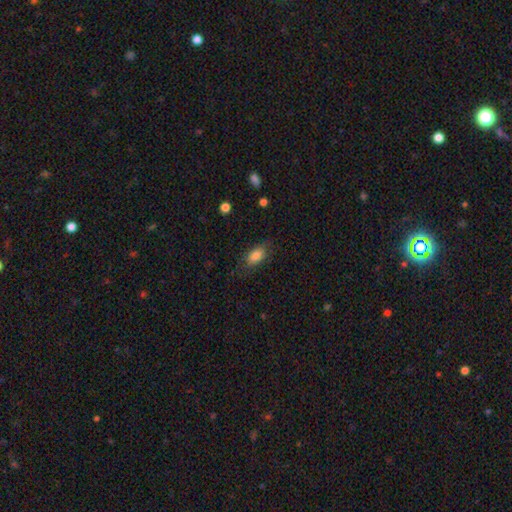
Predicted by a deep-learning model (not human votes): The model was most divided on "merging": none: 77%, minor disturbance: 16%, major disturbance: 6%, merger: 1%. More confident: how rounded — in between (89%); smooth or featured — smooth (83%).